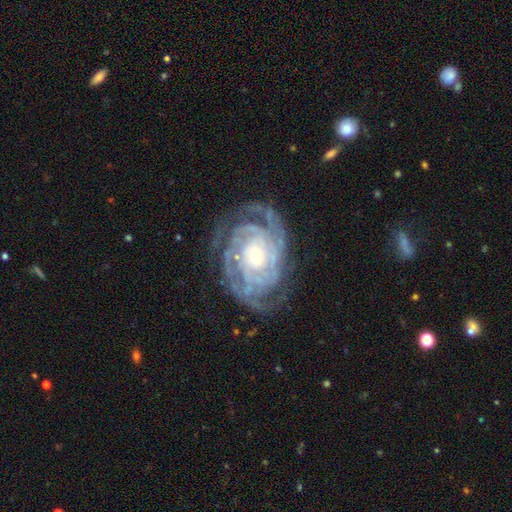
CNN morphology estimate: Smooth or featured?
  - featured or disk: 90% *
  - star or artifact: 5%
  - smooth: 5%
Edge-on disk?
  - no: 97% *
  - yes: 3%
Bar?
  - no: 75% *
  - weak: 18%
  - strong: 7%
Spiral arms?
  - yes: 97% *
  - no: 3%
Spiral winding?
  - tight: 77% *
  - medium: 20%
  - loose: 3%
Spiral arm count?
  - can't tell: 24% *
  - 3: 21%
  - 2: 21%
  - 4: 18%
  - more than 4: 9%
  - 1: 7%
Bulge size?
  - small: 60% *
  - moderate: 34%
  - large: 3%
  - none: 1%
  - dominant: 1%
Merging?
  - none: 74% *
  - minor disturbance: 17%
  - major disturbance: 8%
  - merger: 1%